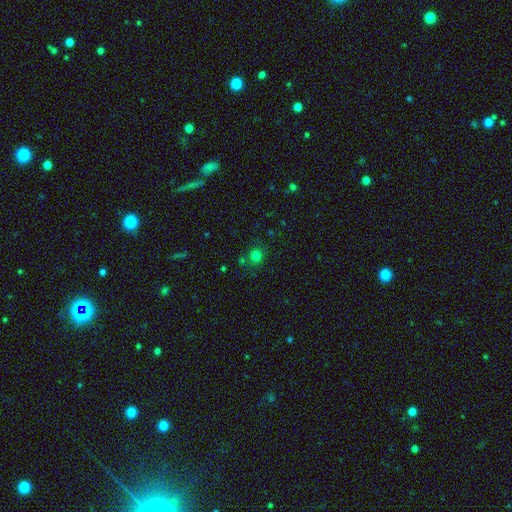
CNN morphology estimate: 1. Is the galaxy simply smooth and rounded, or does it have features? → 76% smooth, 19% star or artifact, 5% featured or disk.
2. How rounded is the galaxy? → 90% round, 9% in between, 1% cigar-shaped.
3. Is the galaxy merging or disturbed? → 79% none, 9% minor disturbance, 8% merger, 3% major disturbance.